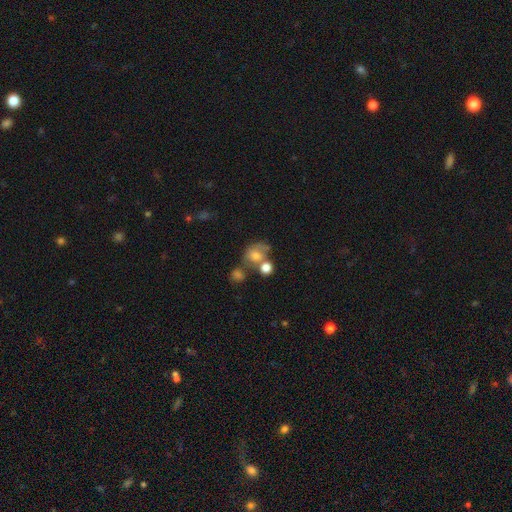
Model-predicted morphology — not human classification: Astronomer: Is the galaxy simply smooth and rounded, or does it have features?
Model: smooth — 64%.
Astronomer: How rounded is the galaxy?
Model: round — 59% (runner-up: in between, 40%).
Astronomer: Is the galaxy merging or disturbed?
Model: merger — 35% (runner-up: none, 34%).